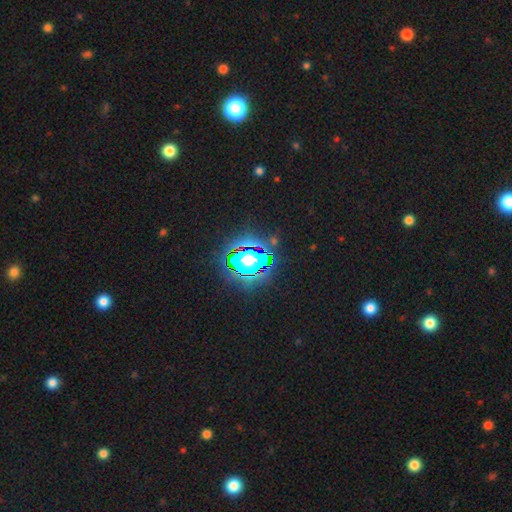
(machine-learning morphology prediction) Smooth or featured? Predicted: star or artifact (p=0.78).